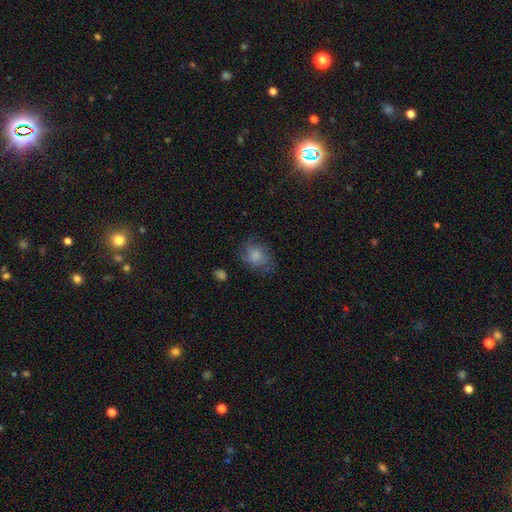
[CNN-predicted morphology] type=smooth (71%); roundness=in between (55%); merging=none (63%).